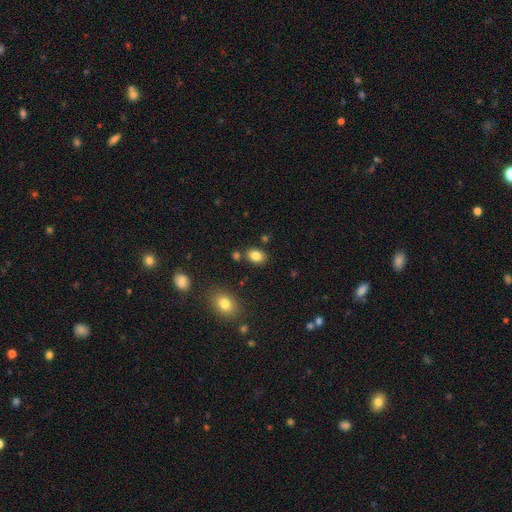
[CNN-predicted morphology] Smooth or featured: smooth — 84% (star or artifact — 10%)
How rounded: in between — 73% (round — 26%)
Merging: none — 80% (minor disturbance — 11%)